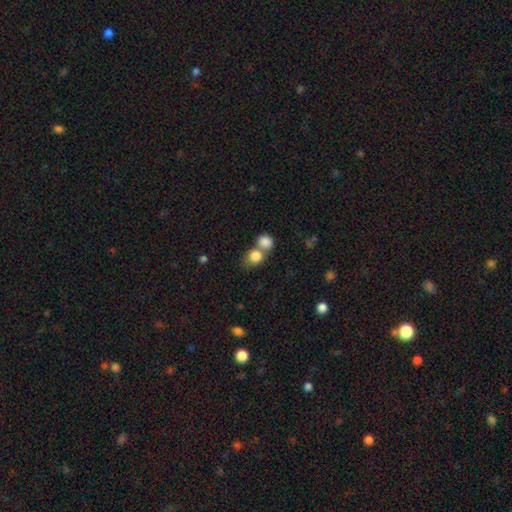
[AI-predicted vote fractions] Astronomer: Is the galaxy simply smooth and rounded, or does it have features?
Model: smooth — 83%.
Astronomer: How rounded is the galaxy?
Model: round — 70%.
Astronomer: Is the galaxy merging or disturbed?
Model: merger — 55% (runner-up: none, 33%).